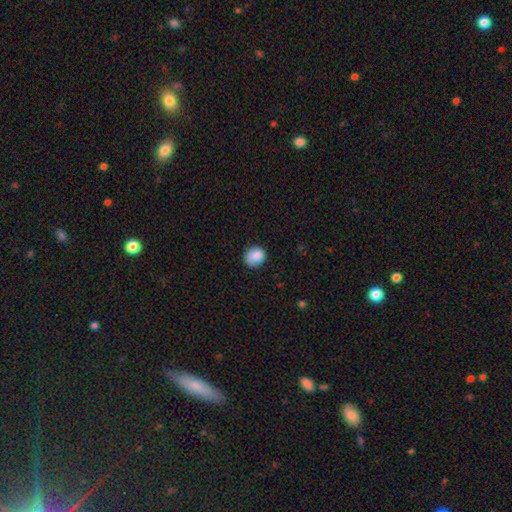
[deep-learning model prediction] Overall: smooth (86%). How rounded: round (67%; in between 32%). Merging: none (72%).